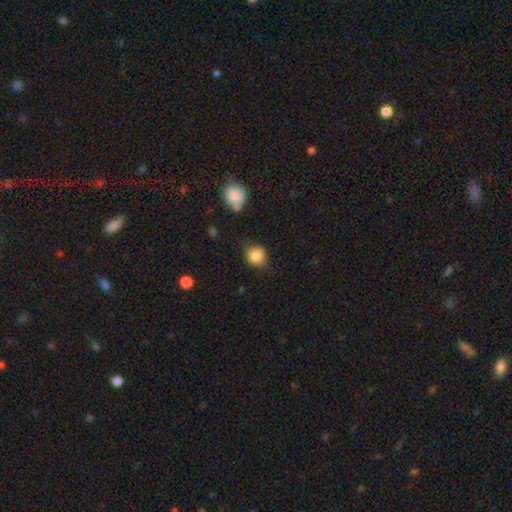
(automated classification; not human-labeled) Smooth or featured: smooth — 85% (star or artifact — 9%)
How rounded: round — 81% (in between — 18%)
Merging: none — 73% (minor disturbance — 20%)